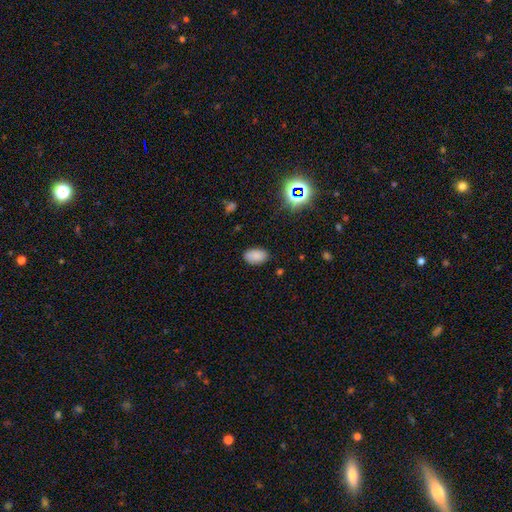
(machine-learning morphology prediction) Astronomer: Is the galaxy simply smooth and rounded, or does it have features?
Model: smooth — 84%.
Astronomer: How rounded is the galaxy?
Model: in between — 92%.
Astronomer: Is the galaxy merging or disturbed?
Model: none — 85%.